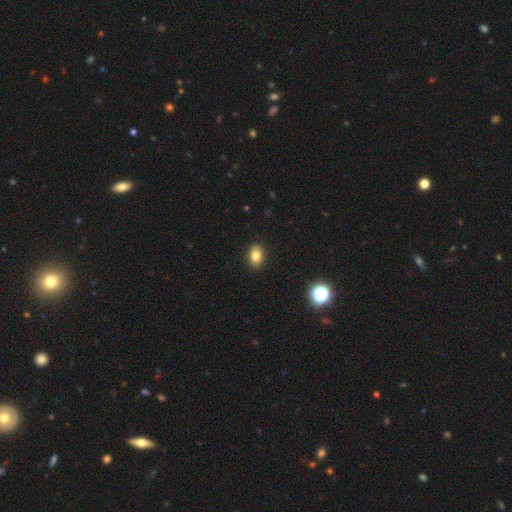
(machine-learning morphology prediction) Smooth or featured? smooth (82%)
How rounded? in between (74%)
Merging? none (90%)